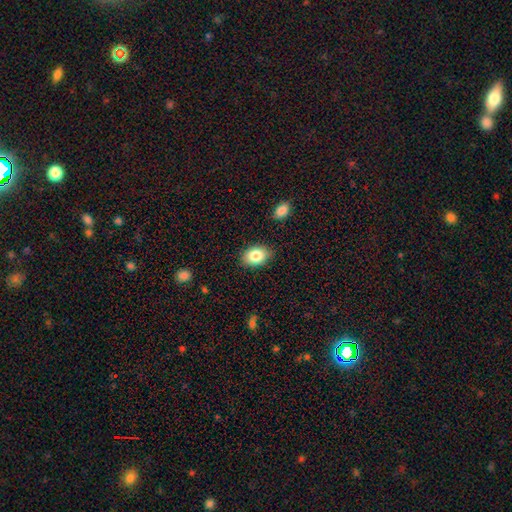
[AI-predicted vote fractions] Smooth or featured? smooth (84%)
How rounded? in between (81%)
Merging? none (85%)